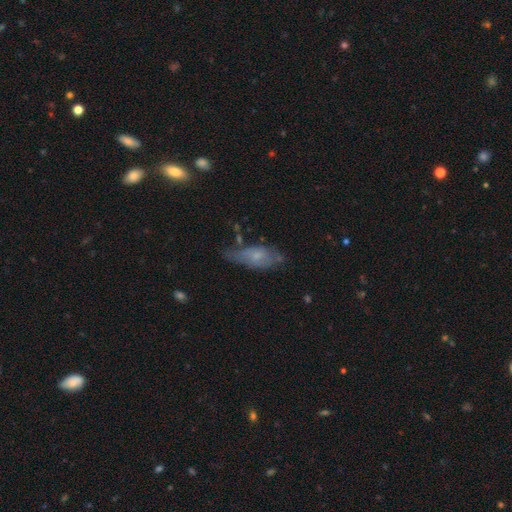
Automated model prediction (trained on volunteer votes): A smooth galaxy with no disk features (55%) that is in between round and cigar-shaped (75%). Merging: none (46%).